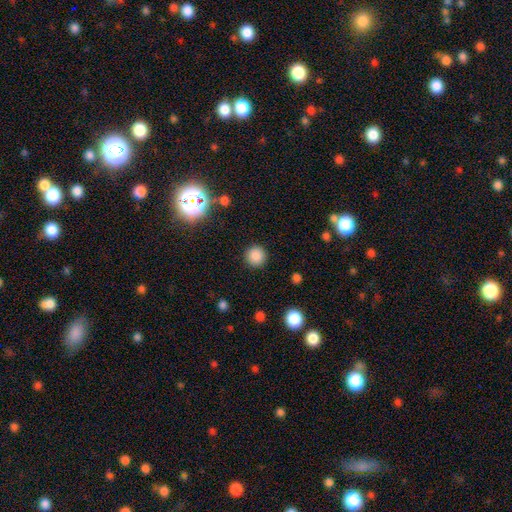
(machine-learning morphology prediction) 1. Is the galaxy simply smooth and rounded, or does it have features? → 84% smooth, 12% star or artifact, 4% featured or disk.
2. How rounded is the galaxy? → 95% round, 4% in between, 1% cigar-shaped.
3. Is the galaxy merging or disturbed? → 91% none, 6% minor disturbance, 2% major disturbance, 1% merger.